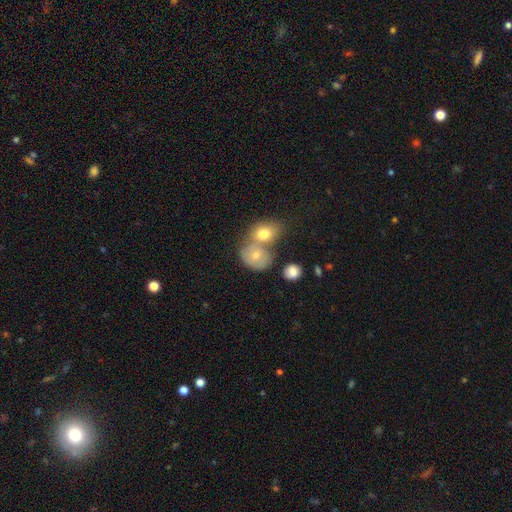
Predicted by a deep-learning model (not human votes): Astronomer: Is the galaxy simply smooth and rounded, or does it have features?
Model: smooth — 65%.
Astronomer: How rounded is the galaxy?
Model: round — 55% (runner-up: in between, 44%).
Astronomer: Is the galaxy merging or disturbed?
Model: merger — 51% (runner-up: none, 33%).